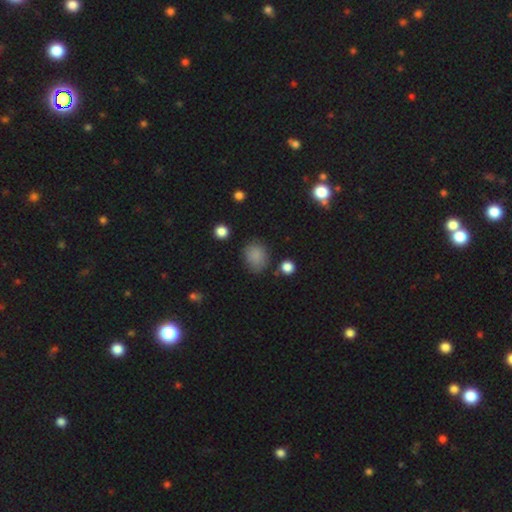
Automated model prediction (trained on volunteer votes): Smooth or featured: smooth — 83% (star or artifact — 11%)
How rounded: round — 55% (in between — 43%)
Merging: none — 70% (minor disturbance — 21%)